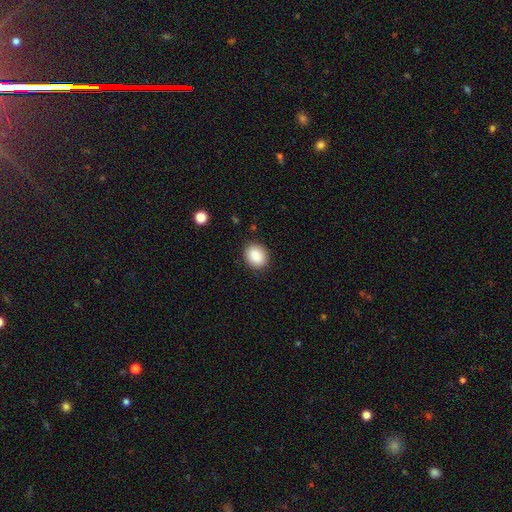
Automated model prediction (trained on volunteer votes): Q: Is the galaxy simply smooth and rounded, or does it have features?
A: smooth — 89%.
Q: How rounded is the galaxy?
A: round — 54%.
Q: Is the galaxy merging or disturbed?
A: none — 88%.